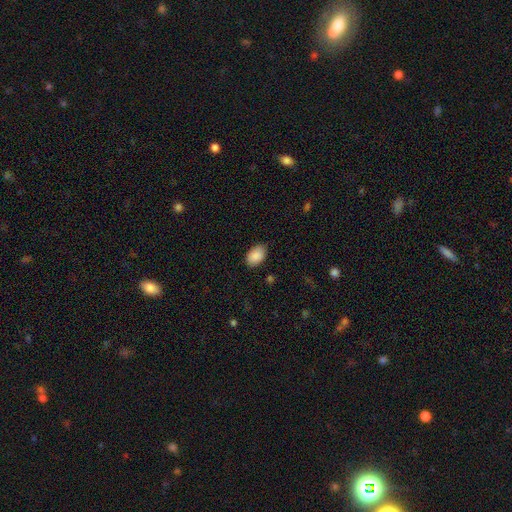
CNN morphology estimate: The model was most divided on "merging": none: 85%, minor disturbance: 12%, major disturbance: 2%, merger: 1%. More confident: smooth or featured — smooth (90%); how rounded — in between (89%).